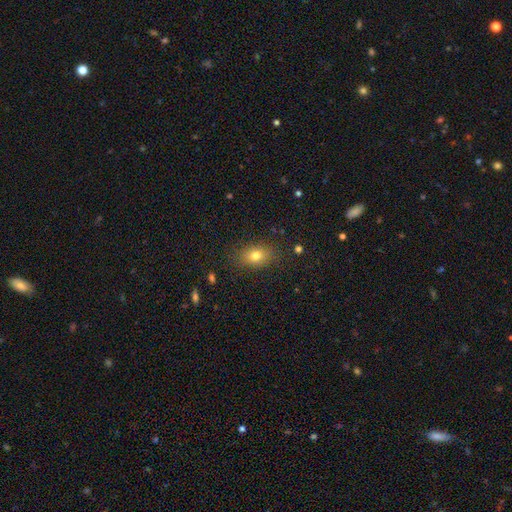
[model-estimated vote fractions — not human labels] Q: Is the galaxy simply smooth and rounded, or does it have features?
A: smooth — 76%.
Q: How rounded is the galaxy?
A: in between — 76%.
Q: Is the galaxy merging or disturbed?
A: none — 84%.